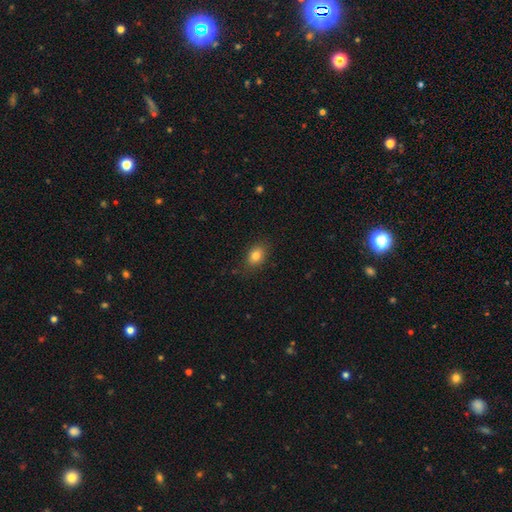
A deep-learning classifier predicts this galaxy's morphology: This is clearly a smooth galaxy (82%). How rounded: likely in between (77%). Merging: clearly none (82%).